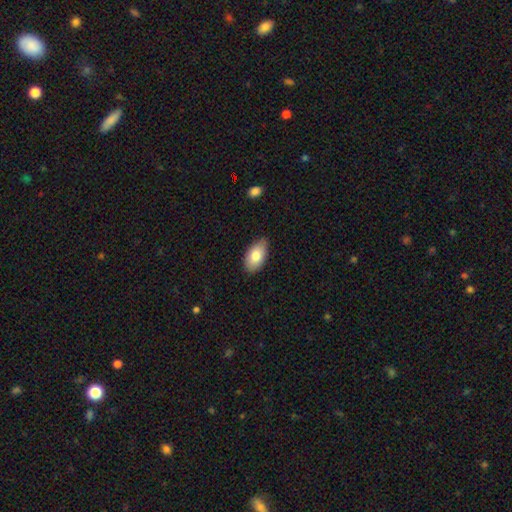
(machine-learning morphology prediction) smooth-or-featured: smooth: 79% | featured or disk: 14% | star or artifact: 6%
  how-rounded: in between: 94% | round: 4% | cigar-shaped: 2%
  merging: none: 82% | minor disturbance: 15% | major disturbance: 2% | merger: 1%